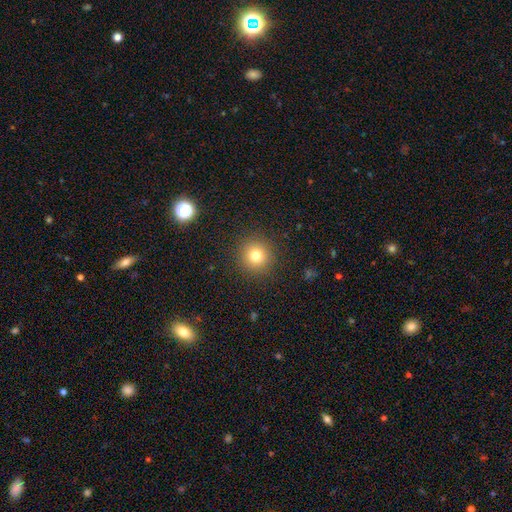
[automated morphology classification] smooth_or_featured: smooth (p=0.78) [alt: star or artifact p=0.14]
how_rounded: round (p=0.94) [alt: in between p=0.05]
merging: none (p=0.90) [alt: minor disturbance p=0.06]